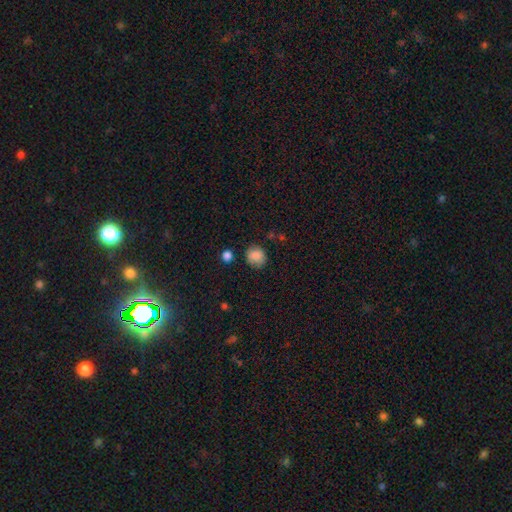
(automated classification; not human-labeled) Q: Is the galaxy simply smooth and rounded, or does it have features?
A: smooth — 85%.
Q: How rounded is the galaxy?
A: round — 77%.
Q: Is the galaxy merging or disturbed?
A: none — 73%.